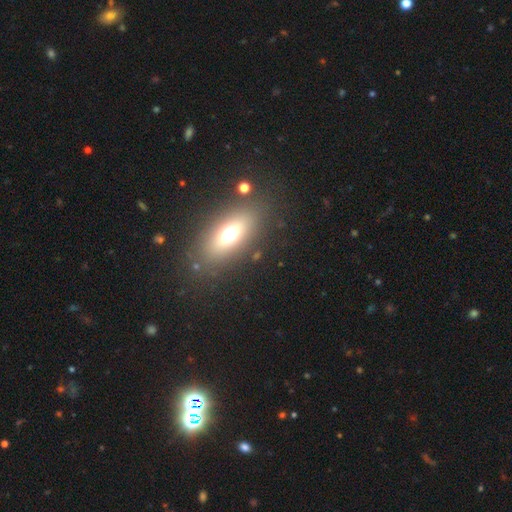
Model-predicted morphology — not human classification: Smooth or featured?
  - smooth: 56% *
  - featured or disk: 28%
  - star or artifact: 16%
How rounded?
  - in between: 72% *
  - cigar-shaped: 22%
  - round: 6%
Merging?
  - none: 83% *
  - minor disturbance: 10%
  - major disturbance: 4%
  - merger: 3%